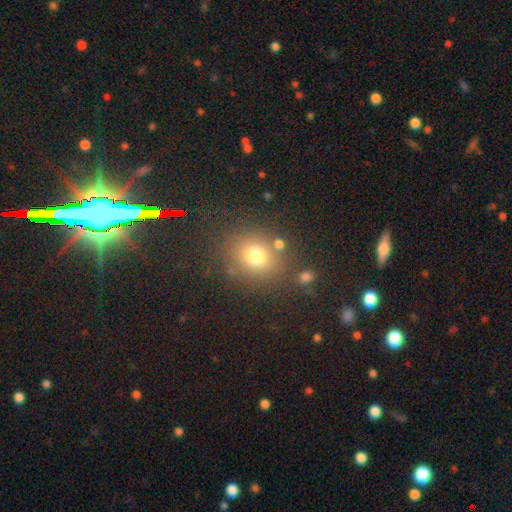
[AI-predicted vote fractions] A smooth galaxy with no disk features (73%) that is round (75%).

Vote fractions:
- Smooth or featured? smooth: 73% / star or artifact: 17% / featured or disk: 10%
- How rounded? round: 75% / in between: 24% / cigar-shaped: 1%
- Merging? none: 76% / minor disturbance: 11% / merger: 7% / major disturbance: 5%